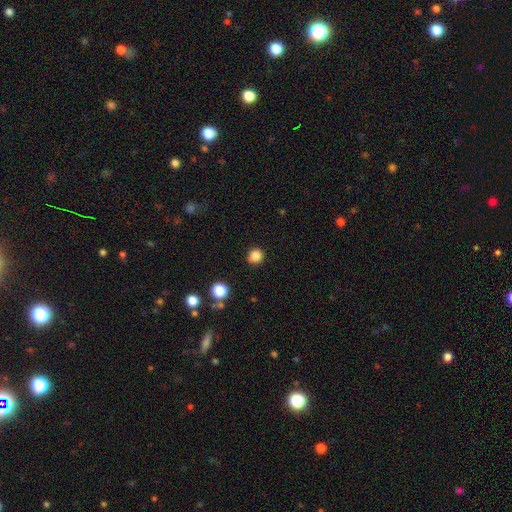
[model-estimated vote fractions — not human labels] smooth-or-featured: smooth: 83% | star or artifact: 12% | featured or disk: 4%
  how-rounded: round: 91% | in between: 8% | cigar-shaped: 1%
  merging: none: 83% | minor disturbance: 11% | merger: 3% | major disturbance: 3%